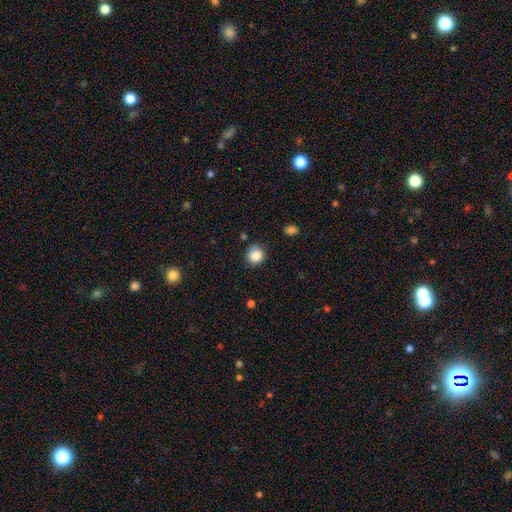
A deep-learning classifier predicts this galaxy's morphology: smooth_or_featured: smooth (p=0.86) [alt: star or artifact p=0.10]
how_rounded: round (p=0.90) [alt: in between p=0.09]
merging: none (p=0.80) [alt: minor disturbance p=0.14]